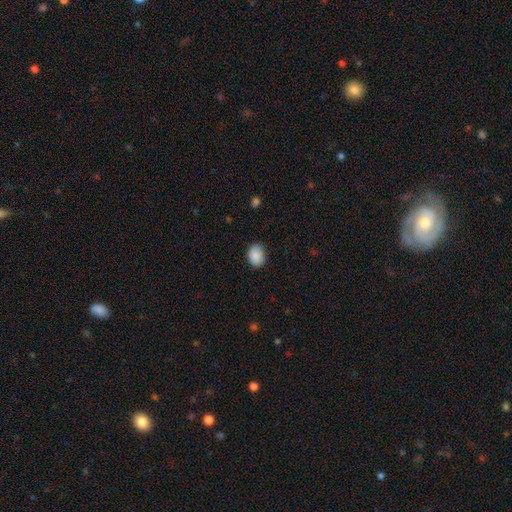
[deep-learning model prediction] Q: Smooth or featured?
A: smooth (87%); runner-up: star or artifact (8%)
Q: How rounded?
A: in between (64%); runner-up: round (35%)
Q: Merging?
A: none (79%); runner-up: minor disturbance (17%)